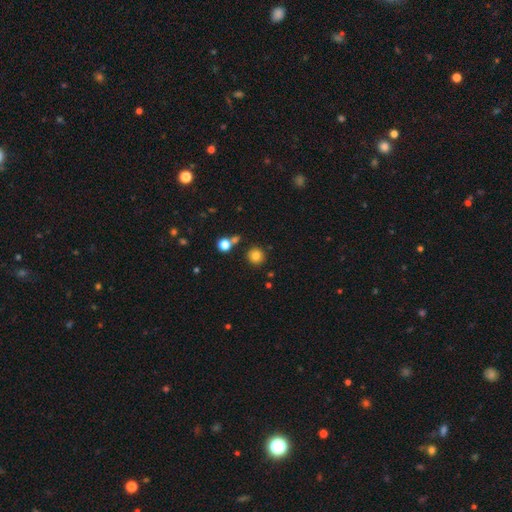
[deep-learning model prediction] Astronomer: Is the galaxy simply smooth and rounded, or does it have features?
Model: smooth — 81%.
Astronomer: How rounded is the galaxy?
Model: round — 93%.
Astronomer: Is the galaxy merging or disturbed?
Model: none — 84%.